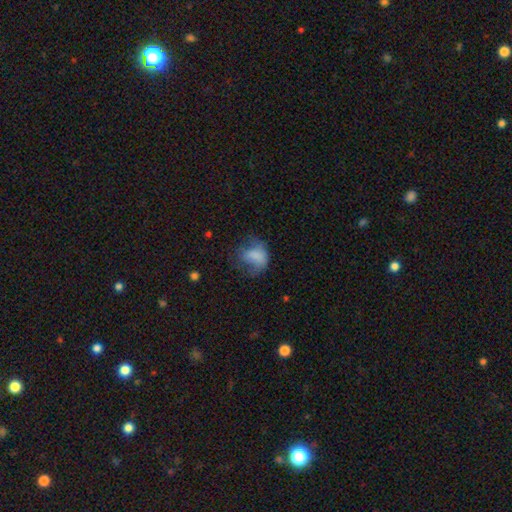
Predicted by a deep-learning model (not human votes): Smooth or featured? smooth (69%)
How rounded? in between (60%)
Merging? major disturbance (39%)